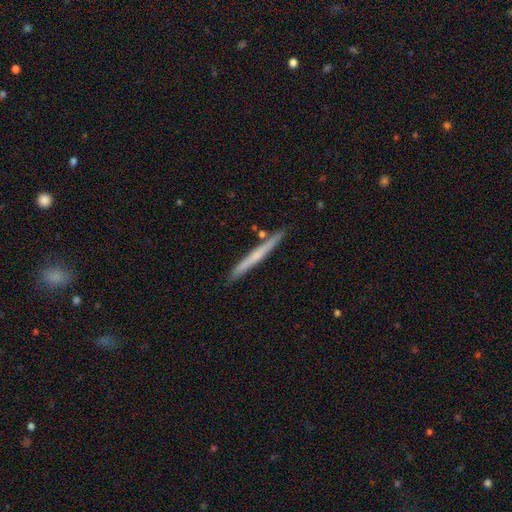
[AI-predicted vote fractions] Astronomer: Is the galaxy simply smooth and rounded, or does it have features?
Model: featured or disk — 47%, tied with smooth at 47%.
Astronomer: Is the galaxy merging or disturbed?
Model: none — 88%.